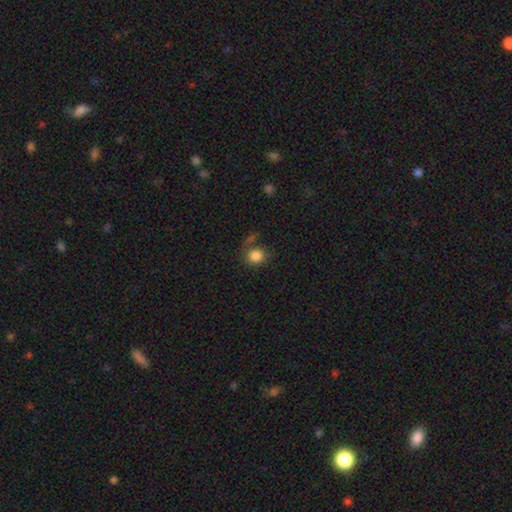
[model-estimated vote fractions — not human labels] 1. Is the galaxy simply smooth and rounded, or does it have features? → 84% smooth, 11% star or artifact, 6% featured or disk.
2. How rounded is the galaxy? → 77% round, 22% in between, 1% cigar-shaped.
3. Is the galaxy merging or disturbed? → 67% none, 16% minor disturbance, 11% merger, 7% major disturbance.